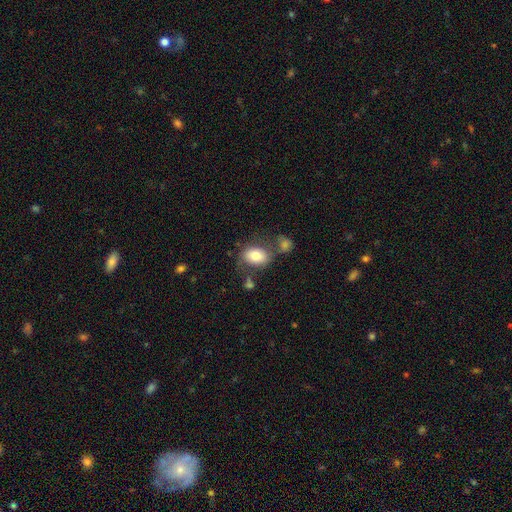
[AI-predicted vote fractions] The model was most divided on "merging": none: 58%, minor disturbance: 17%, merger: 16%, major disturbance: 8%. More confident: how rounded — in between (80%); smooth or featured — smooth (78%).